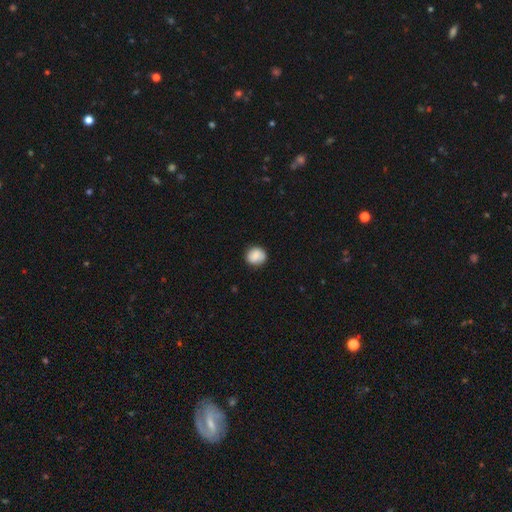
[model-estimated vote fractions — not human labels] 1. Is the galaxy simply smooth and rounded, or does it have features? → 81% smooth, 11% featured or disk, 8% star or artifact.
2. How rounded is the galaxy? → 79% round, 20% in between, 1% cigar-shaped.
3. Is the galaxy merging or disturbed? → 83% none, 13% minor disturbance, 3% major disturbance, 1% merger.